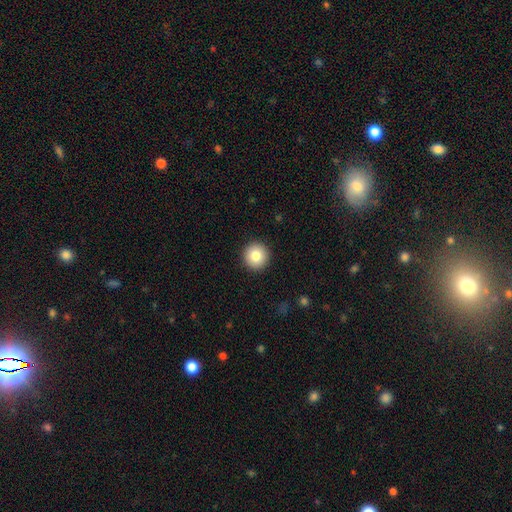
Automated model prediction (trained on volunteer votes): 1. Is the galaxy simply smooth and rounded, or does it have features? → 83% smooth, 9% star or artifact, 8% featured or disk.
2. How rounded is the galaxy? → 95% round, 4% in between, 1% cigar-shaped.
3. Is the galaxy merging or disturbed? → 93% none, 5% minor disturbance, 2% major disturbance, 1% merger.